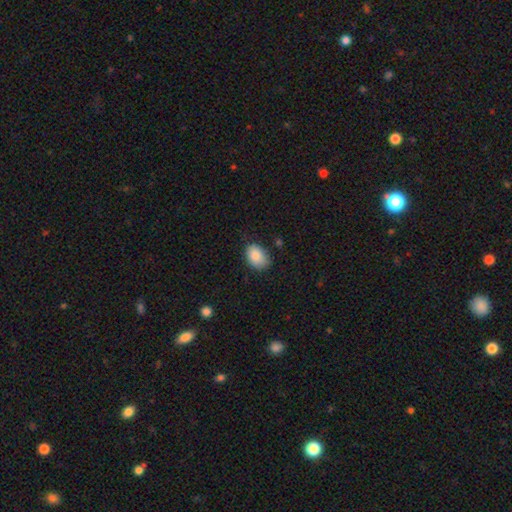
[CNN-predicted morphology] Smooth or featured: smooth — 87% (star or artifact — 7%)
How rounded: in between — 82% (round — 17%)
Merging: none — 70% (minor disturbance — 24%)